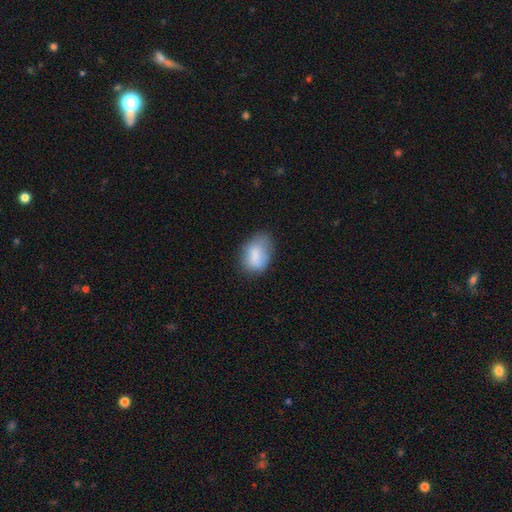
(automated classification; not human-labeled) smooth 81%, featured or disk 11%, star or artifact 8%. Down the decision tree: how rounded — in between (86%); merging — none (52%).